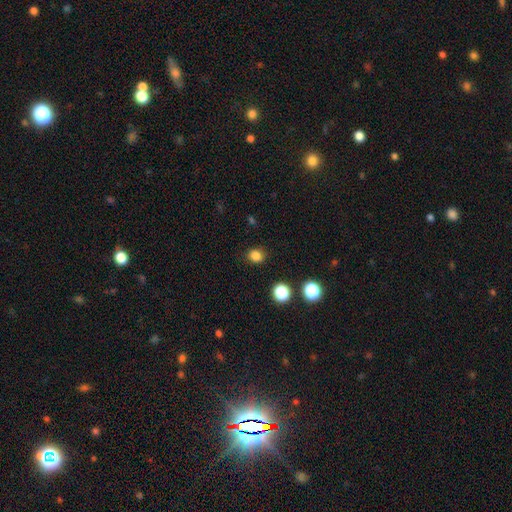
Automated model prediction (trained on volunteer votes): A smooth galaxy with no disk features (83%) that is round (67%).

Vote fractions:
- Smooth or featured? smooth: 83% / star or artifact: 13% / featured or disk: 4%
- How rounded? round: 67% / in between: 32% / cigar-shaped: 1%
- Merging? none: 88% / minor disturbance: 8% / major disturbance: 2% / merger: 2%